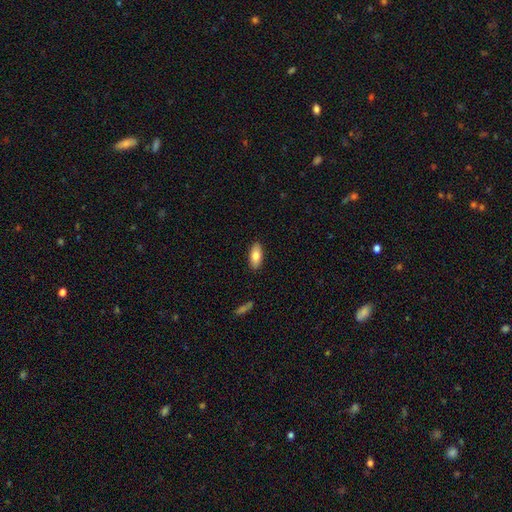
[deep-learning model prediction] The model was most divided on "smooth or featured": smooth: 80%, featured or disk: 14%, star or artifact: 6%. More confident: merging — none (89%); how rounded — in between (84%).